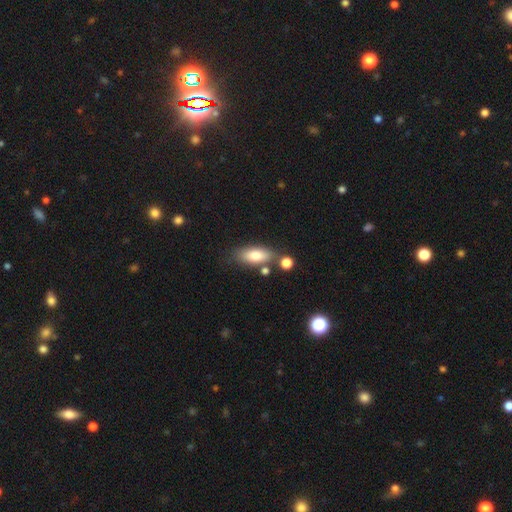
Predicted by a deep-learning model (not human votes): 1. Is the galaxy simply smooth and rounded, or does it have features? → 77% smooth, 16% featured or disk, 7% star or artifact.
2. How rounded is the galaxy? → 79% in between, 17% cigar-shaped, 4% round.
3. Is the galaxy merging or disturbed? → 68% none, 15% minor disturbance, 13% merger, 4% major disturbance.